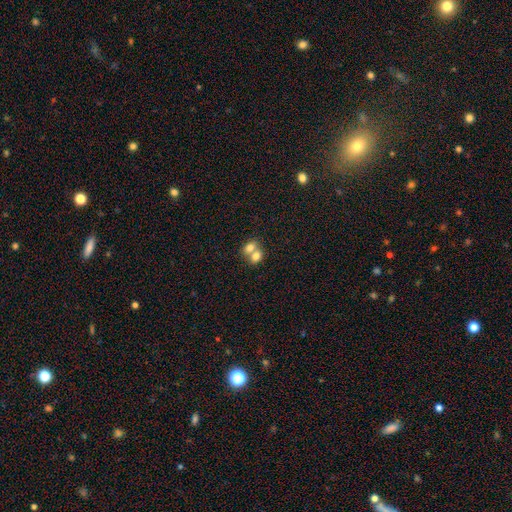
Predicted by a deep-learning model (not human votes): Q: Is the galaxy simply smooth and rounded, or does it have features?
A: smooth — 76%.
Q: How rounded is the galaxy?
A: in between — 55%.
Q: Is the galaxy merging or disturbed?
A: merger — 72%.